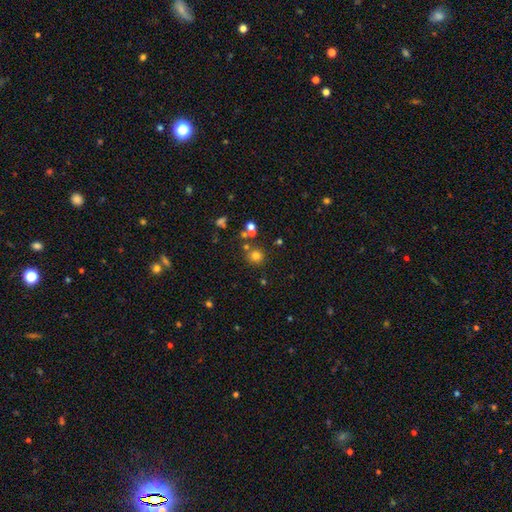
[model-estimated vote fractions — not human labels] Smooth or featured?
  - smooth: 72% *
  - star or artifact: 19%
  - featured or disk: 9%
How rounded?
  - round: 91% *
  - in between: 8%
  - cigar-shaped: 1%
Merging?
  - none: 76% *
  - merger: 12%
  - minor disturbance: 8%
  - major disturbance: 4%